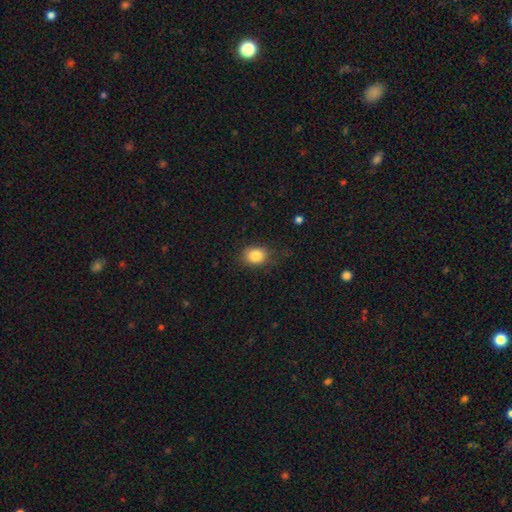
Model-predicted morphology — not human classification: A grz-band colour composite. It shows a smooth galaxy with no disk features (85%) that is round (51%). Merging: none (75%).